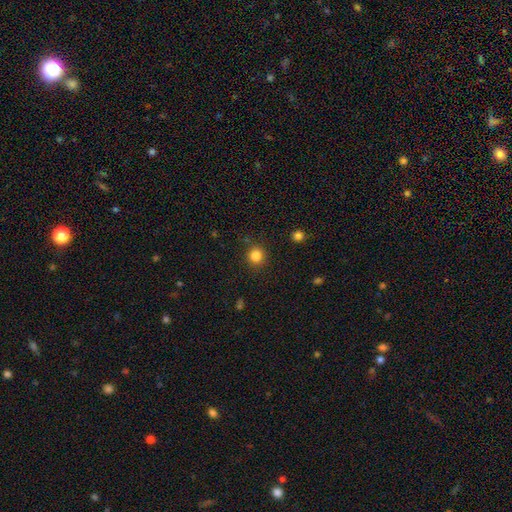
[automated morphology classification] smooth-or-featured: smooth: 84% | star or artifact: 12% | featured or disk: 4%
  how-rounded: round: 91% | in between: 8% | cigar-shaped: 1%
  merging: none: 88% | minor disturbance: 8% | major disturbance: 3% | merger: 2%